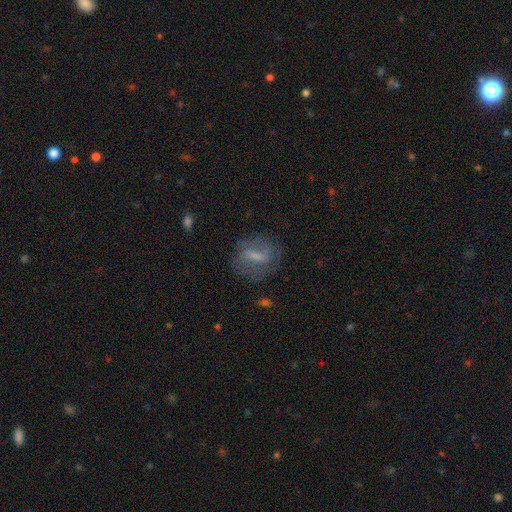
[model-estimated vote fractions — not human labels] smooth_or_featured: featured or disk (p=0.54) [alt: smooth p=0.37]
disk_edge_on: no (p=0.92) [alt: yes p=0.08]
merging: none (p=0.68) [alt: minor disturbance p=0.19]